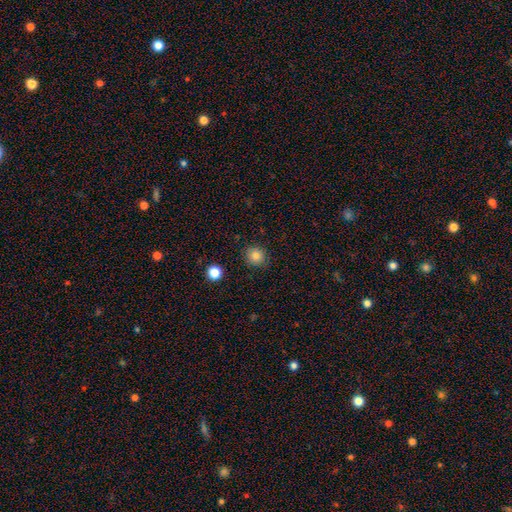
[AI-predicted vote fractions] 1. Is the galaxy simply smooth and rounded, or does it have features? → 82% smooth, 12% star or artifact, 6% featured or disk.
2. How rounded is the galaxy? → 90% round, 9% in between, 1% cigar-shaped.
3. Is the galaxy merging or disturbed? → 90% none, 7% minor disturbance, 2% major disturbance, 1% merger.